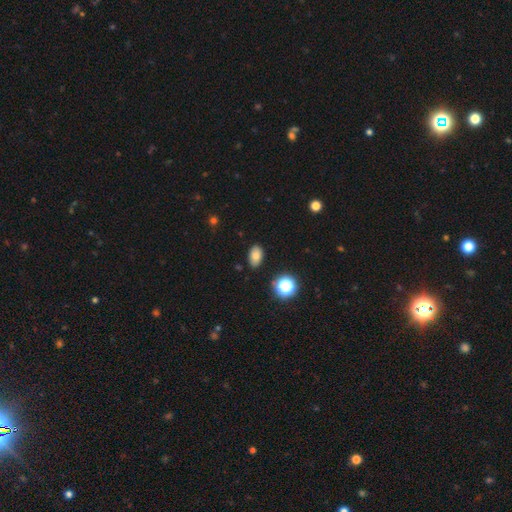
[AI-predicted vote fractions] This appears to be a smooth galaxy with no disk features (79%) that is in between round and cigar-shaped (88%). Merging: none (85%).